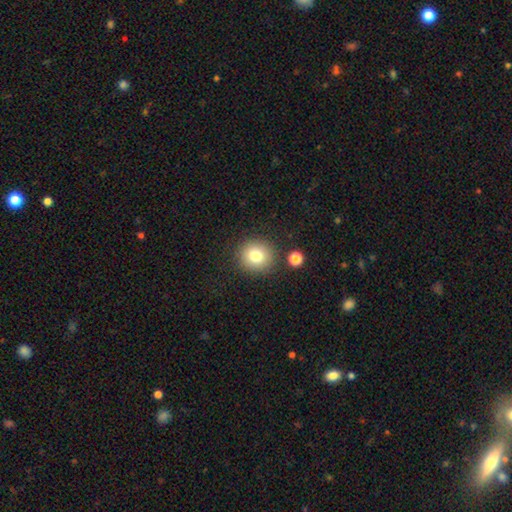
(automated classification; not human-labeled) smooth-or-featured: smooth: 79% | star or artifact: 12% | featured or disk: 9%
  how-rounded: round: 92% | in between: 8% | cigar-shaped: 1%
  merging: none: 86% | minor disturbance: 7% | merger: 4% | major disturbance: 3%